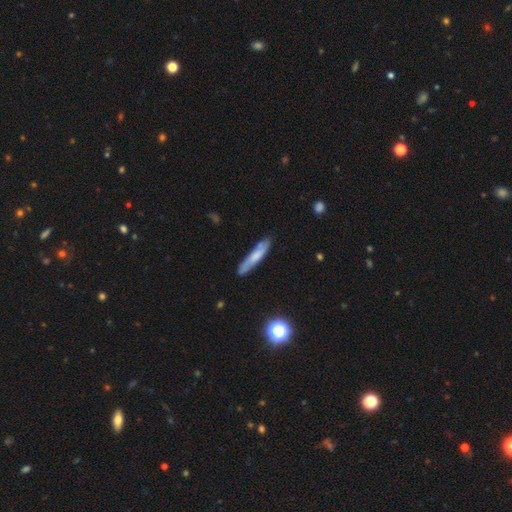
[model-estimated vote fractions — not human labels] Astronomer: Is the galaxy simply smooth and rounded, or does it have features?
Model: smooth — 56% (runner-up: featured or disk, 36%).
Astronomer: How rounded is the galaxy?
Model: cigar-shaped — 87%.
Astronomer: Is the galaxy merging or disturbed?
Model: none — 79%.